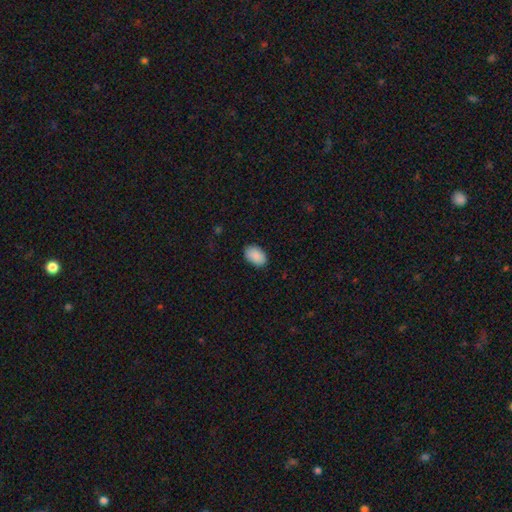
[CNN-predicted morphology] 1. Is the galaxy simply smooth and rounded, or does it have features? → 90% smooth, 7% star or artifact, 3% featured or disk.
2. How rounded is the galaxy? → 90% in between, 9% round, 1% cigar-shaped.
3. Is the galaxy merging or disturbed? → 87% none, 10% minor disturbance, 2% major disturbance, 1% merger.